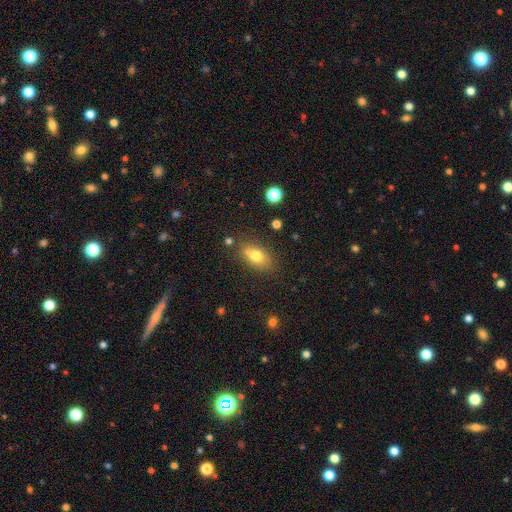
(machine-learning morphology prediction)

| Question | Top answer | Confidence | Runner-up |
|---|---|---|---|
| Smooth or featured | smooth | 75% | featured or disk (15%) |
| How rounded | in between | 80% | round (15%) |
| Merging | none | 68% | minor disturbance (16%) |